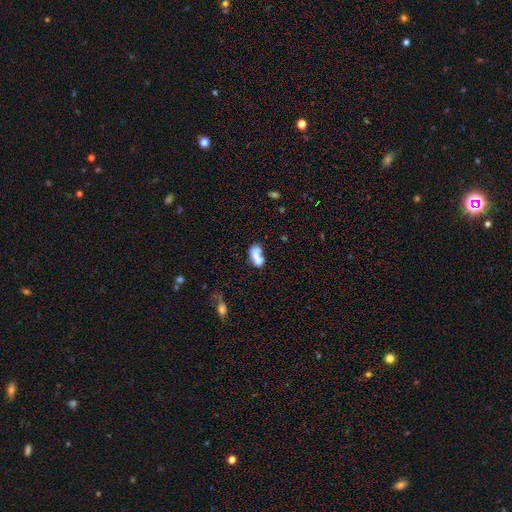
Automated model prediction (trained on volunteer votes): This is likely a smooth galaxy (64%). How rounded: likely in between (77%). Merging: likely merger (63%).